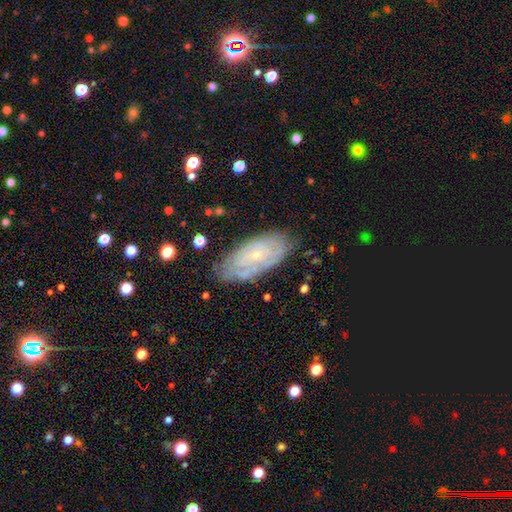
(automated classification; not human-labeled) Overall: featured or disk (63%; smooth 29%). Edge-on disk: no (90%). Bar: no (79%). Spiral arms: yes (70%). Bulge size: small (81%). Merging: none (75%).